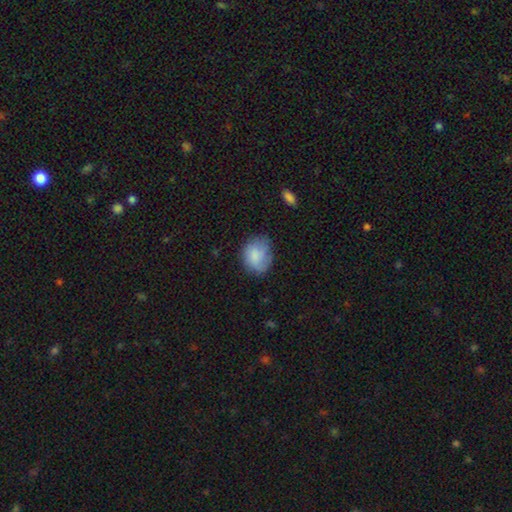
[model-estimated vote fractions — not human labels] Overall: smooth (75%). How rounded: round (50%; in between 49%). Merging: none (57%; minor disturbance 30%).